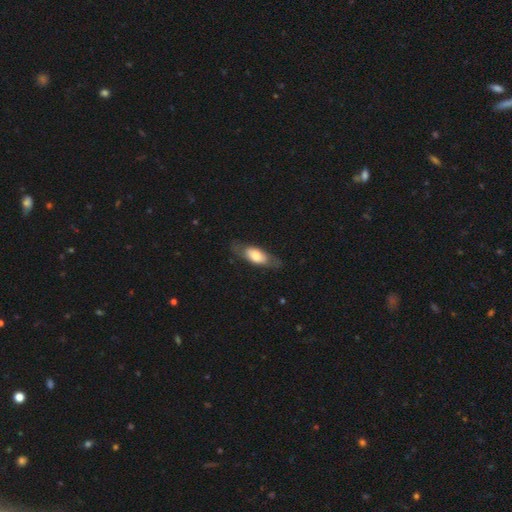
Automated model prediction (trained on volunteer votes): smooth 58%, featured or disk 36%, star or artifact 6%. Down the decision tree: how rounded — in between (72%); merging — none (74%).